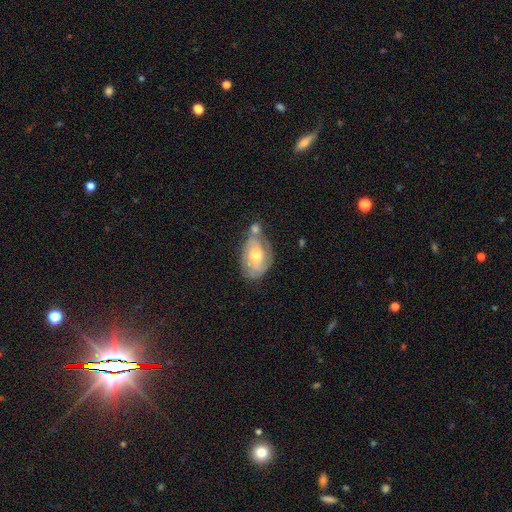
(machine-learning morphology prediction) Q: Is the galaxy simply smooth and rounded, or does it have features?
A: featured or disk — 51%.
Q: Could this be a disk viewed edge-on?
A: no — 94%.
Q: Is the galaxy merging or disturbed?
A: none — 39%.